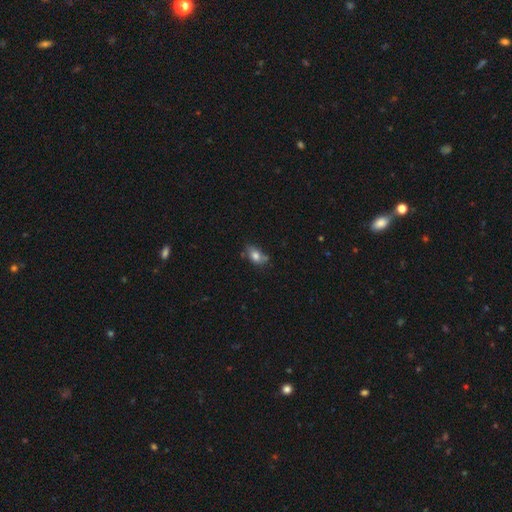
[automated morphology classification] This appears to be a smooth galaxy with no disk features (75%) that is in between round and cigar-shaped (78%). Merging: none (52%).